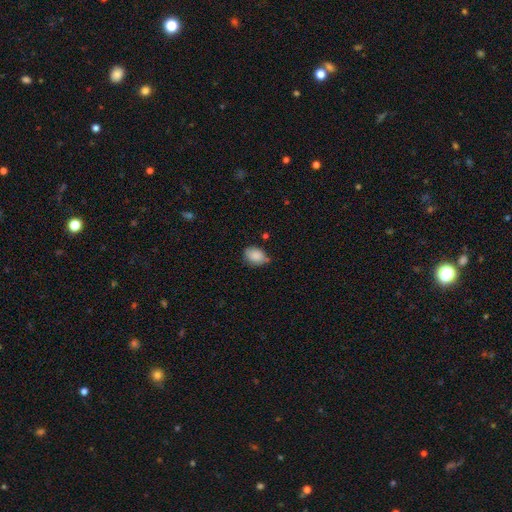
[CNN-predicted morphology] smooth 85%, star or artifact 8%, featured or disk 7%. Down the decision tree: how rounded — in between (66%); merging — none (63%).